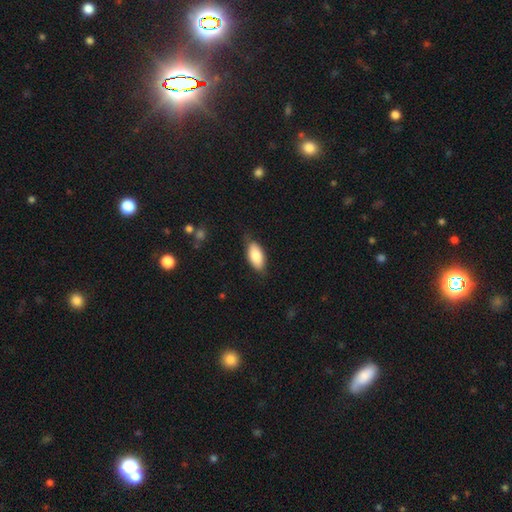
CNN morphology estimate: Smooth or featured?
  - smooth: 83% *
  - featured or disk: 11%
  - star or artifact: 6%
How rounded?
  - in between: 90% *
  - cigar-shaped: 8%
  - round: 2%
Merging?
  - none: 73% *
  - minor disturbance: 21%
  - major disturbance: 4%
  - merger: 1%